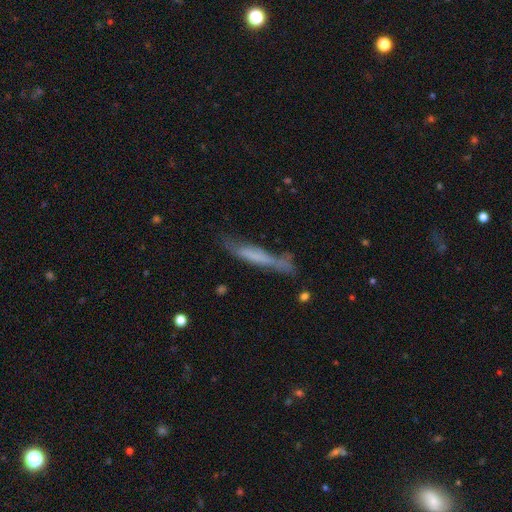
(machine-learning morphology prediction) Overall: smooth (54%; featured or disk 38%). How rounded: cigar-shaped (92%). Merging: none (54%; minor disturbance 27%).